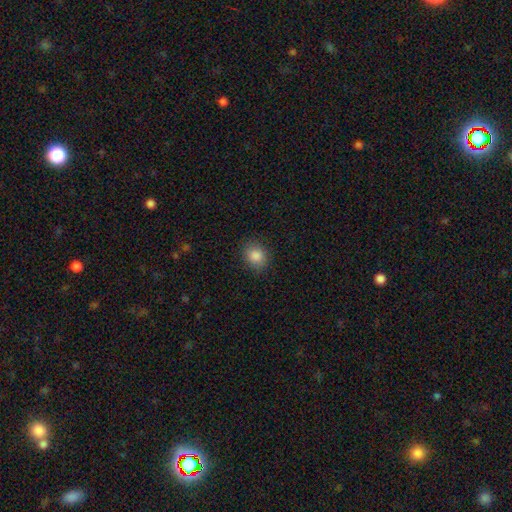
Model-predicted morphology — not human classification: Smooth or featured? Predicted: smooth (p=0.87). How rounded? Predicted: round (p=0.58). Merging? Predicted: none (p=0.85).